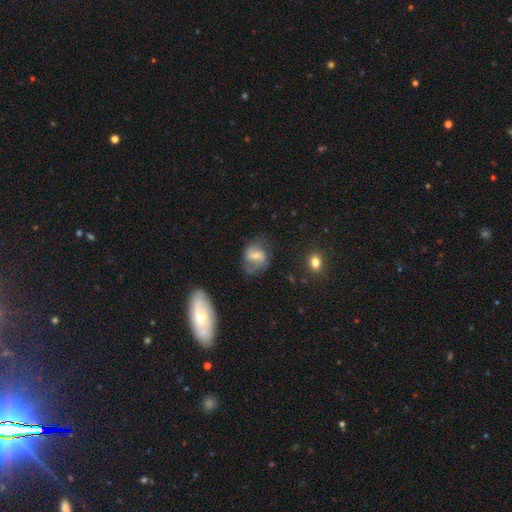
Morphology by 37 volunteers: A featured or disk galaxy (57%) with a weak bar (43%), 2 (83%) medium (56%) spiral arms (86%) and a small central bulge (57%). Merging: none (54%).